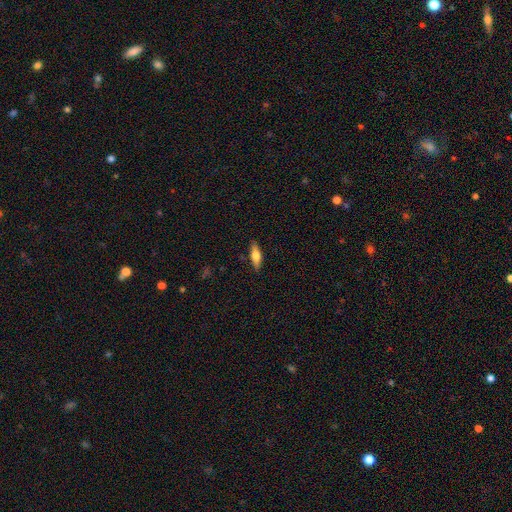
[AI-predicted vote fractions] A smooth galaxy with no disk features (56%) that is cigar-shaped (52%).

Vote fractions:
- Smooth or featured? smooth: 56% / featured or disk: 38% / star or artifact: 6%
- How rounded? cigar-shaped: 52% / in between: 45% / round: 3%
- Merging? none: 86% / minor disturbance: 11% / major disturbance: 2% / merger: 1%